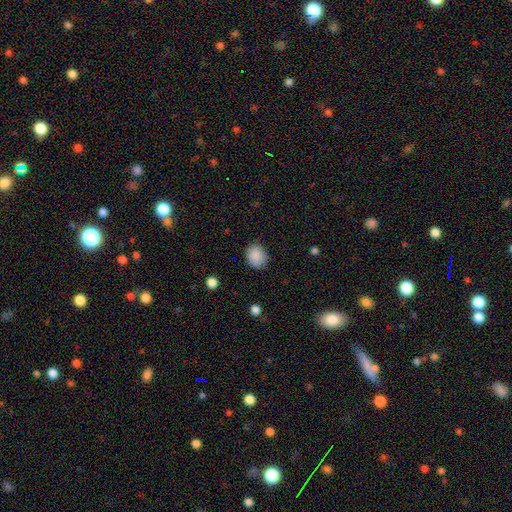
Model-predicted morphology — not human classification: Q: Smooth or featured?
A: smooth (88%); runner-up: star or artifact (8%)
Q: How rounded?
A: round (60%); runner-up: in between (39%)
Q: Merging?
A: none (81%); runner-up: minor disturbance (15%)